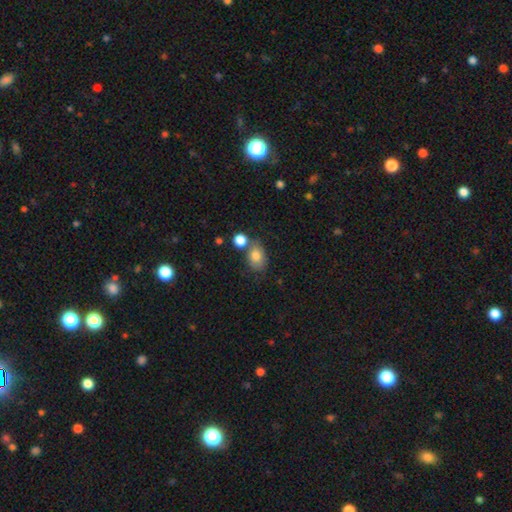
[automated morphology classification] Smooth or featured?
  - smooth: 80% *
  - featured or disk: 11%
  - star or artifact: 9%
How rounded?
  - in between: 73% *
  - round: 26%
  - cigar-shaped: 1%
Merging?
  - none: 53% *
  - merger: 23%
  - minor disturbance: 18%
  - major disturbance: 6%